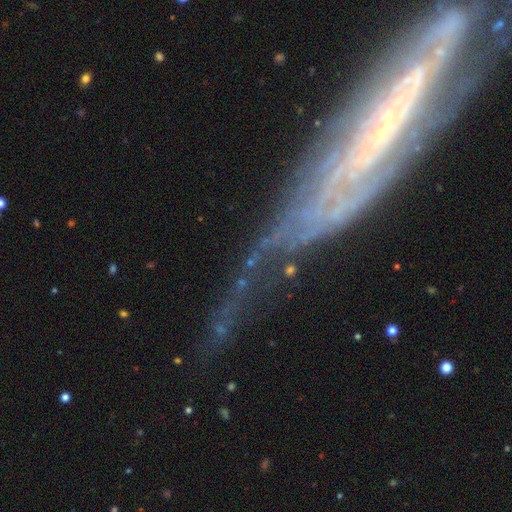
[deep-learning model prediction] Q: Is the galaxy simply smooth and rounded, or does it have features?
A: featured or disk — 79%.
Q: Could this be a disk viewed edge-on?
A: no — 71%.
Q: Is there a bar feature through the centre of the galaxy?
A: no — 52%.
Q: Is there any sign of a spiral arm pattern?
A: yes — 85%.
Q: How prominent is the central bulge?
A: small — 61%.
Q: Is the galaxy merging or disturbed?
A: none — 54%.